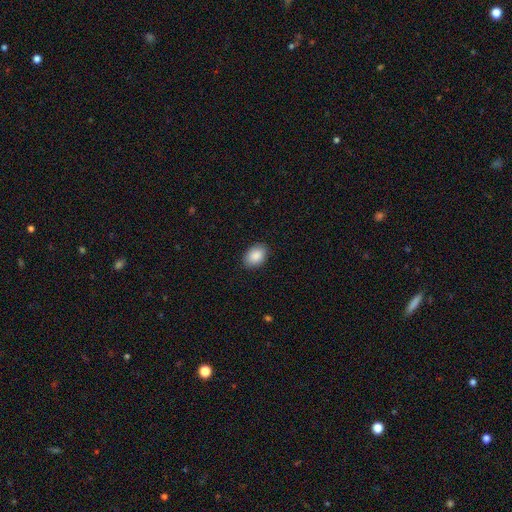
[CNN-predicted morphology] Smooth or featured?
  - smooth: 90% *
  - star or artifact: 7%
  - featured or disk: 4%
How rounded?
  - in between: 81% *
  - round: 18%
  - cigar-shaped: 1%
Merging?
  - none: 89% *
  - minor disturbance: 8%
  - major disturbance: 2%
  - merger: 1%